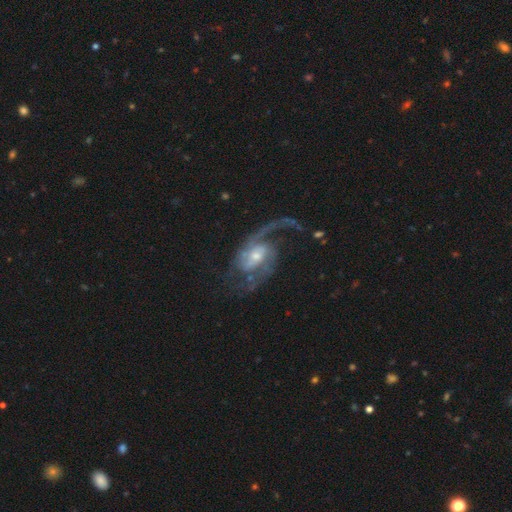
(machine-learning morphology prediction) The model was most divided on "bar" (2-way tie): weak: 43%, no: 43%, strong: 14%. Remaining: edge-on disk — no (97%); spiral arms — yes (96%); smooth or featured — featured or disk (89%); spiral arm count — 2 (74%); merging — none (55%); bulge size — small (47%); spiral winding — loose (46%).